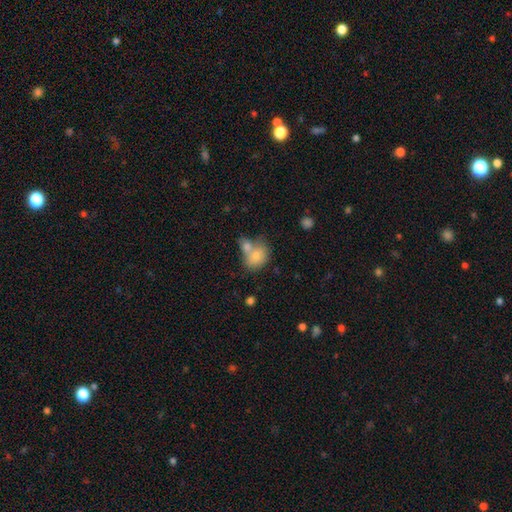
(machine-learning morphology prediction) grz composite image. It shows a smooth galaxy with no disk features (77%) that is in between round and cigar-shaped (58%). Merging: merger (54%).